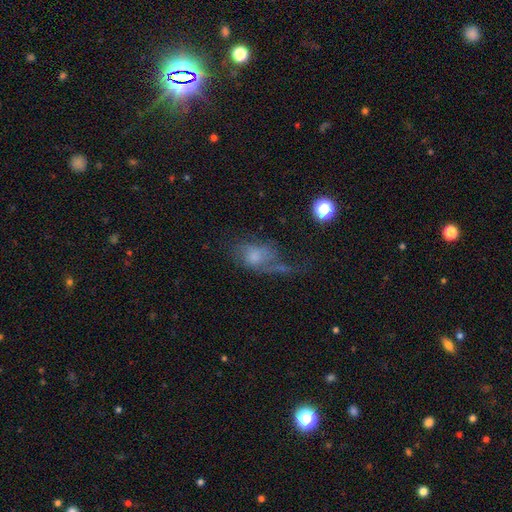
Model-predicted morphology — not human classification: A smooth galaxy with no disk features (44%).

Vote fractions:
- Smooth or featured? smooth: 44% / featured or disk: 42% / star or artifact: 14%
- Merging? major disturbance: 51% / none: 23% / minor disturbance: 19% / merger: 6%